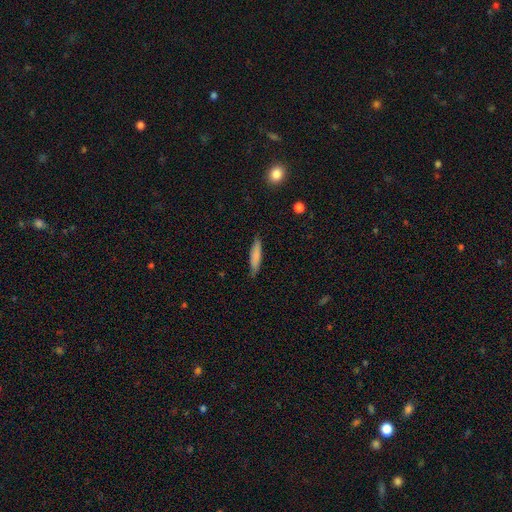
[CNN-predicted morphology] Overall: smooth (79%). How rounded: cigar-shaped (81%). Merging: none (83%).